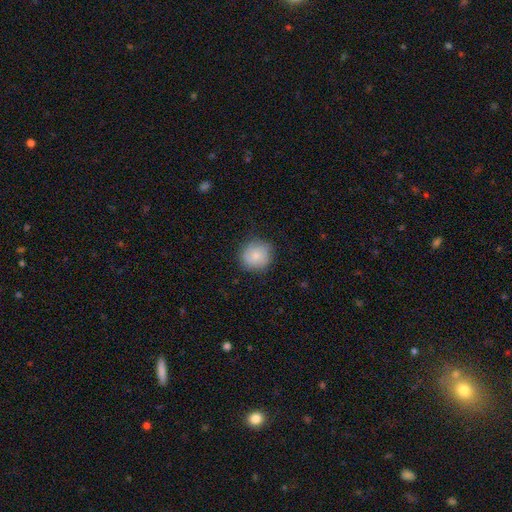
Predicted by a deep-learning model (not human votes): Smooth or featured? Predicted: smooth (p=0.81). How rounded? Predicted: round (p=0.90). Merging? Predicted: none (p=0.82).